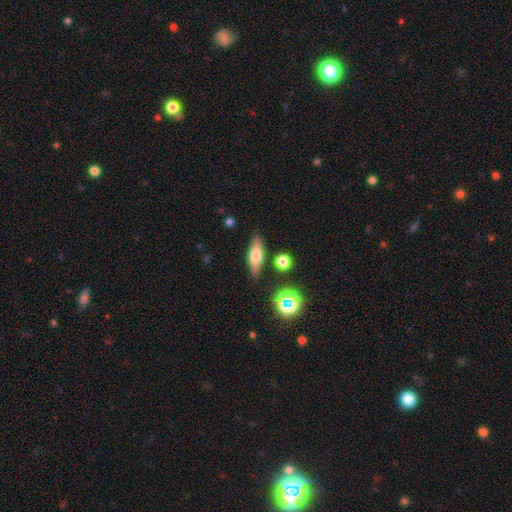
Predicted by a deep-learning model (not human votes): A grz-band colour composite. It shows a smooth galaxy with no disk features (58%) that is in between round and cigar-shaped (54%). Merging: none (82%).